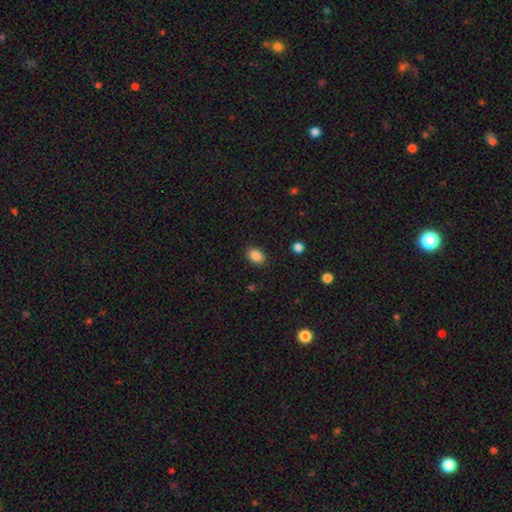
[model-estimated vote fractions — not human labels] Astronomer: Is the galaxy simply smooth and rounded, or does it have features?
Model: smooth — 88%.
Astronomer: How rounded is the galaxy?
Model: in between — 83%.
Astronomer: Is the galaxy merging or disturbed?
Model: none — 88%.